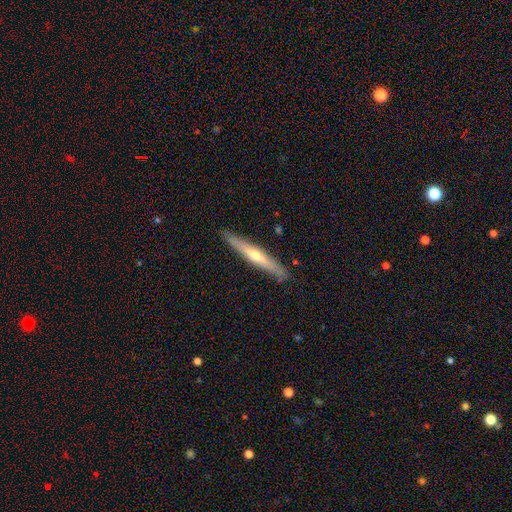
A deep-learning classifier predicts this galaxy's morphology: This is likely a featured or disk galaxy (62%). It is clearly viewed edge-on (94%). Edge-on bulge: likely rounded (79%). Merging: clearly none (88%).